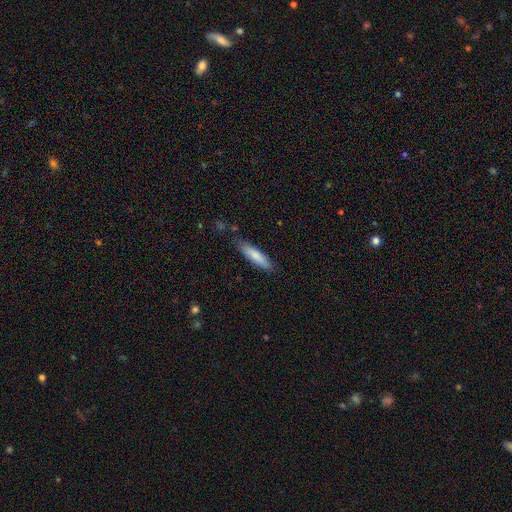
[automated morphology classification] Q: Smooth or featured?
A: smooth (80%); runner-up: featured or disk (14%)
Q: How rounded?
A: cigar-shaped (77%); runner-up: in between (22%)
Q: Merging?
A: none (82%); runner-up: minor disturbance (13%)